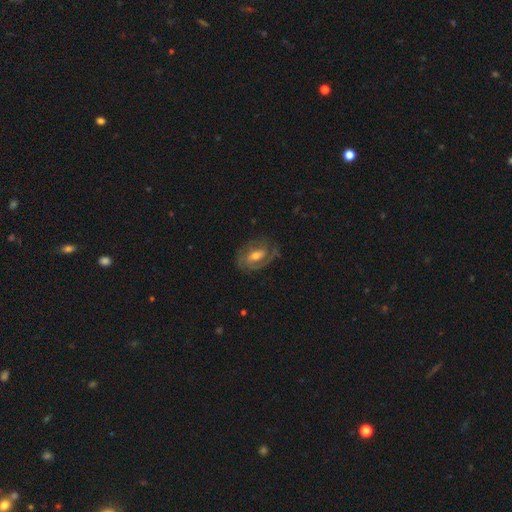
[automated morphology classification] smooth_or_featured: featured or disk (p=0.77) [alt: smooth p=0.17]
disk_edge_on: no (p=0.95) [alt: yes p=0.05]
bar: weak (p=0.43) [alt: no p=0.33]
has_spiral_arms: yes (p=0.86) [alt: no p=0.14]
spiral_winding: tight (p=0.48) [alt: medium p=0.38]
spiral_arm_count: 2 (p=0.55) [alt: can't tell p=0.18]
bulge_size: moderate (p=0.66) [alt: small p=0.25]
merging: none (p=0.68) [alt: minor disturbance p=0.20]